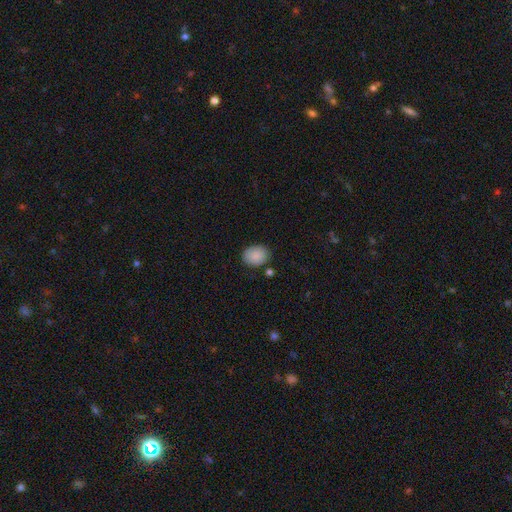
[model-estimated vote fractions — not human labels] Q: Smooth or featured?
A: smooth (88%); runner-up: star or artifact (8%)
Q: How rounded?
A: in between (52%); runner-up: round (47%)
Q: Merging?
A: none (82%); runner-up: minor disturbance (12%)